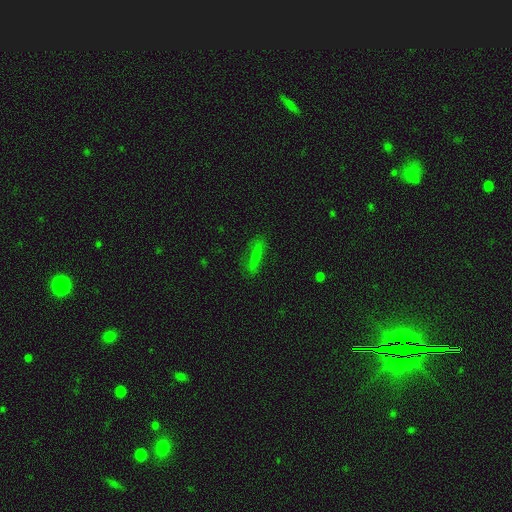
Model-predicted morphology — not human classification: type=smooth (55%); roundness=cigar-shaped (77%); merging=none (82%).